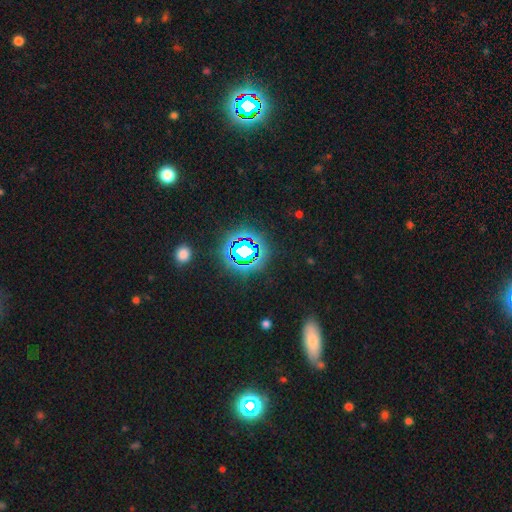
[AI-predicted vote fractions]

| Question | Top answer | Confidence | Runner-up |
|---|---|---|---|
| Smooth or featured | star or artifact | 65% | smooth (24%) |